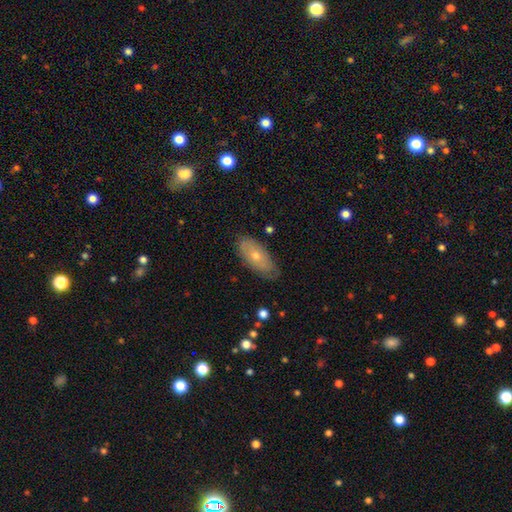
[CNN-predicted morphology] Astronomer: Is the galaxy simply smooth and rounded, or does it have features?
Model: smooth — 51% (runner-up: featured or disk, 40%).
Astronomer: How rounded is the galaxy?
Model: in between — 85%.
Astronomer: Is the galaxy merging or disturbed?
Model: none — 80%.